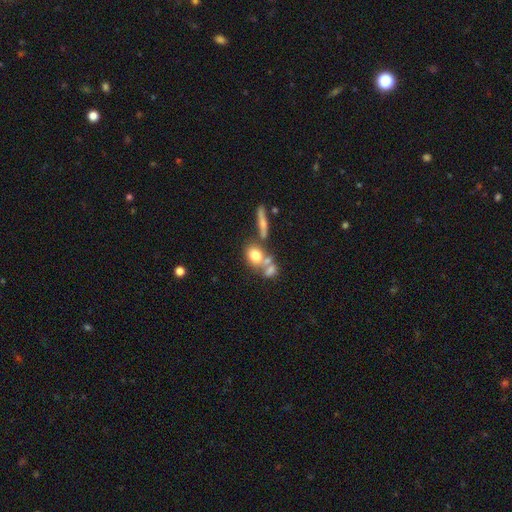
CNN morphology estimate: smooth_or_featured: smooth (p=0.71) [alt: featured or disk p=0.18]
how_rounded: in between (p=0.50) [alt: round p=0.46]
merging: none (p=0.42) [alt: merger p=0.40]